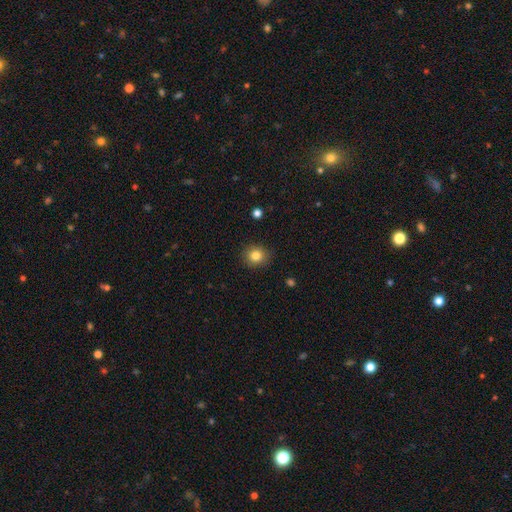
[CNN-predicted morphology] type=smooth (83%); roundness=round (82%); merging=none (89%).